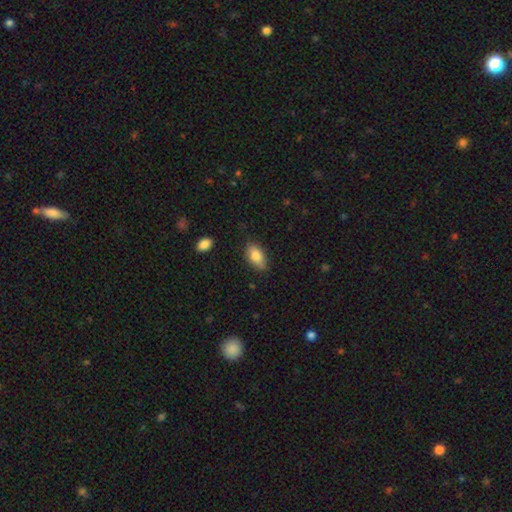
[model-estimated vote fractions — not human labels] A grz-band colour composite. It shows a smooth galaxy with no disk features (82%) that is in between round and cigar-shaped (89%). Merging: none (81%).